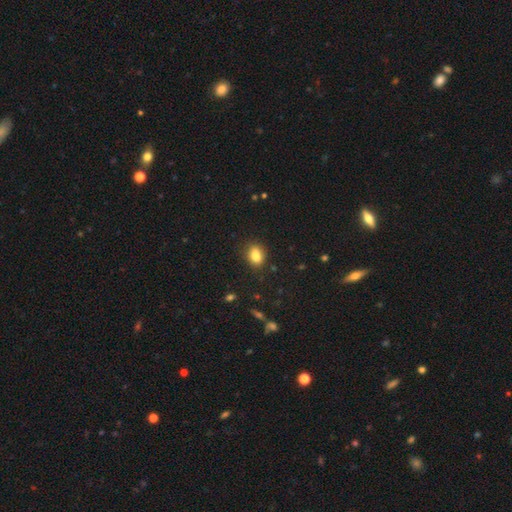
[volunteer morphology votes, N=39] This appears to be a smooth galaxy with no disk features (92%) that is in between round and cigar-shaped (75%). Merging: none (70%).